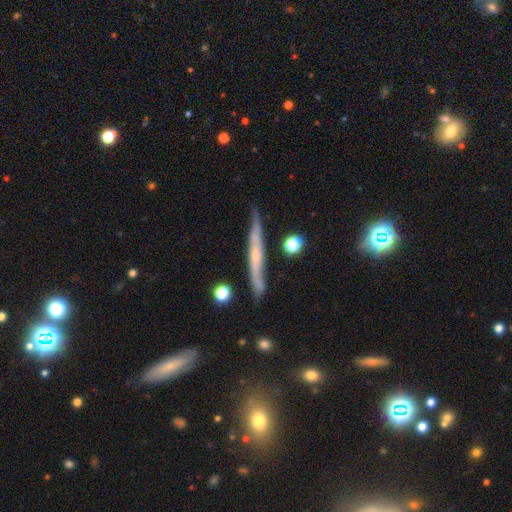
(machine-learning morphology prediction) A featured or disk galaxy (64%) viewed edge-on (89%) with no central bulge (54%).

Vote fractions:
- Smooth or featured? featured or disk: 64% / smooth: 30% / star or artifact: 7%
- Edge-on disk? yes: 89% / no: 11%
- Edge-on bulge? none: 54% / rounded: 39% / boxy: 7%
- Merging? none: 76% / minor disturbance: 18% / major disturbance: 3% / merger: 3%